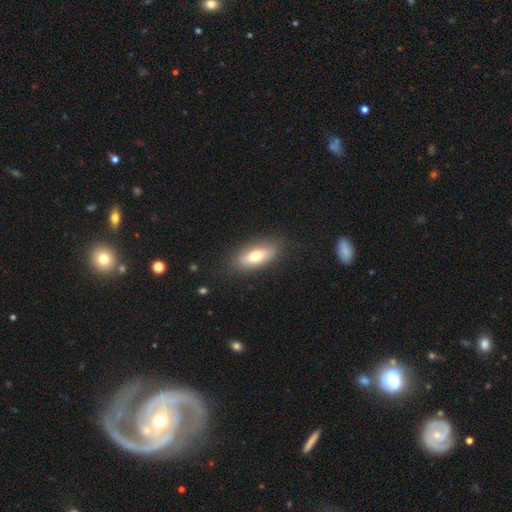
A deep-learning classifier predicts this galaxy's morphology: smooth_or_featured: smooth (p=0.72) [alt: featured or disk p=0.21]
how_rounded: in between (p=0.80) [alt: cigar-shaped p=0.17]
merging: none (p=0.83) [alt: minor disturbance p=0.12]